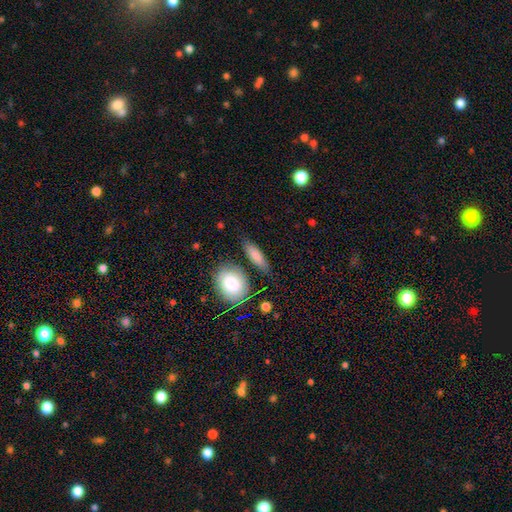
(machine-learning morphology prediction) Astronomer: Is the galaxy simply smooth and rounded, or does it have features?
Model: smooth — 82%.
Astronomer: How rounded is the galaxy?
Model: in between — 54% (runner-up: cigar-shaped, 41%).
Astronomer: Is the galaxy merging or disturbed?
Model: none — 76%.